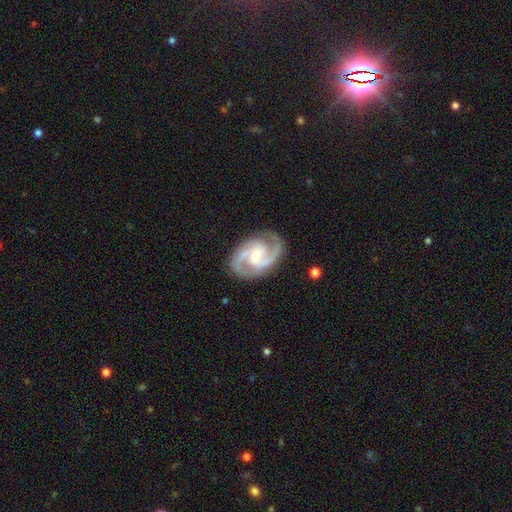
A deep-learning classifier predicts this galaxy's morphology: Q: Smooth or featured?
A: featured or disk (92%); runner-up: smooth (4%)
Q: Edge-on disk?
A: no (98%); runner-up: yes (2%)
Q: Bar?
A: weak (46%); runner-up: no (39%)
Q: Spiral arms?
A: yes (98%); runner-up: no (2%)
Q: Spiral winding?
A: medium (61%); runner-up: tight (28%)
Q: Spiral arm count?
A: 2 (90%); runner-up: 3 (4%)
Q: Bulge size?
A: small (53%); runner-up: moderate (36%)
Q: Merging?
A: none (84%); runner-up: minor disturbance (11%)